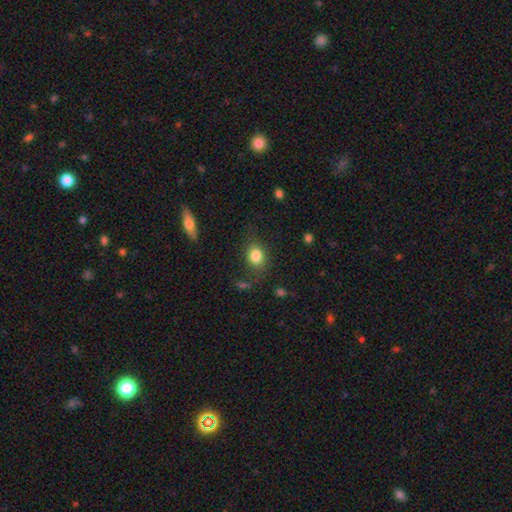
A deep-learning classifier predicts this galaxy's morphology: Smooth or featured? smooth (83%)
How rounded? in between (55%)
Merging? none (70%)